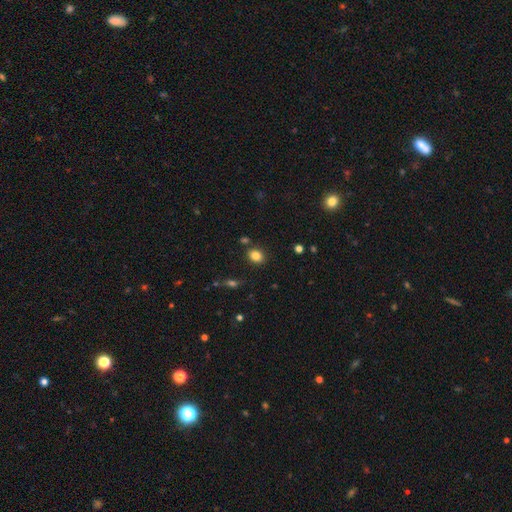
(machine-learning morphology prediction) Q: Smooth or featured?
A: smooth (83%); runner-up: star or artifact (11%)
Q: How rounded?
A: in between (55%); runner-up: round (44%)
Q: Merging?
A: none (82%); runner-up: minor disturbance (10%)